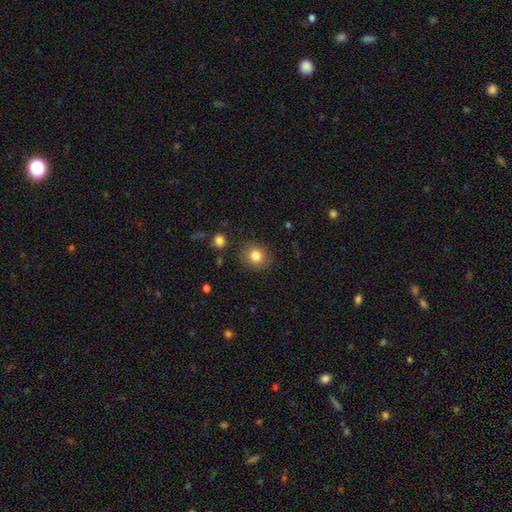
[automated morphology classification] This is clearly a smooth galaxy (83%). How rounded: likely round (77%). Merging: clearly none (85%).